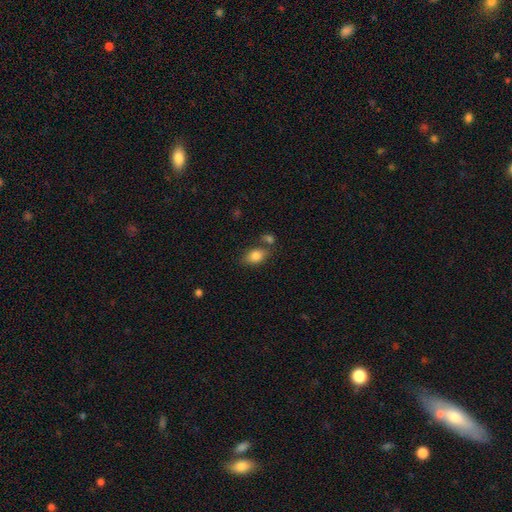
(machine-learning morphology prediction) A smooth galaxy with no disk features (82%) that is in between round and cigar-shaped (85%). Merging: none (64%).